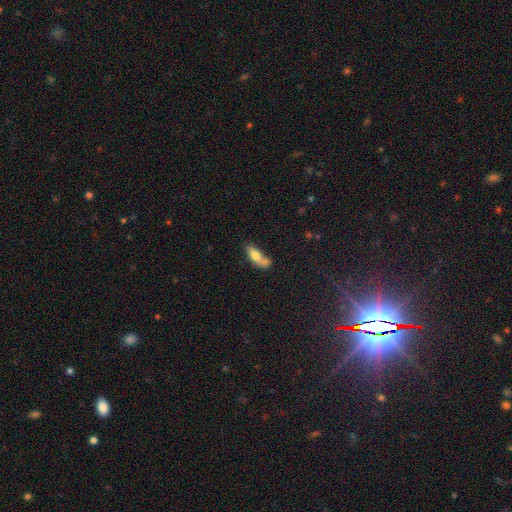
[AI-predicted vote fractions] smooth-or-featured: smooth: 67% | featured or disk: 24% | star or artifact: 8%
  how-rounded: in between: 60% | cigar-shaped: 36% | round: 4%
  merging: merger: 34% (tied) | none: 34% (tied) | minor disturbance: 20% | major disturbance: 12%